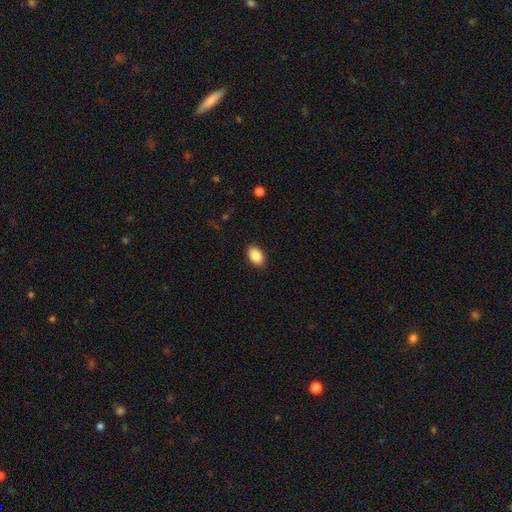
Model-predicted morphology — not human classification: smooth-or-featured: smooth: 88% | star or artifact: 7% | featured or disk: 4%
  how-rounded: in between: 88% | round: 11% | cigar-shaped: 1%
  merging: none: 89% | minor disturbance: 8% | major disturbance: 2% | merger: 1%